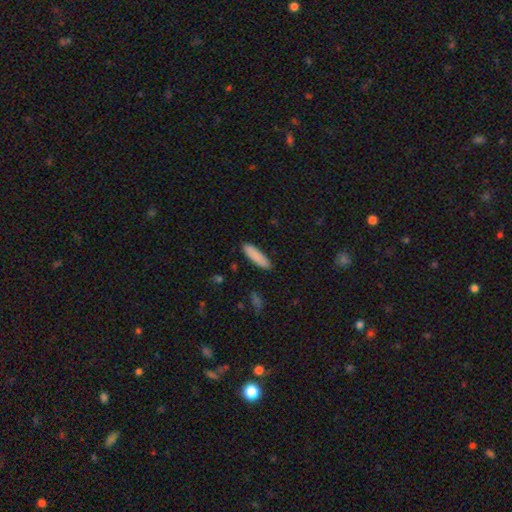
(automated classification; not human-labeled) Smooth or featured?
  - smooth: 88% *
  - star or artifact: 6%
  - featured or disk: 6%
How rounded?
  - cigar-shaped: 63% *
  - in between: 35%
  - round: 2%
Merging?
  - none: 88% *
  - minor disturbance: 9%
  - major disturbance: 2%
  - merger: 1%